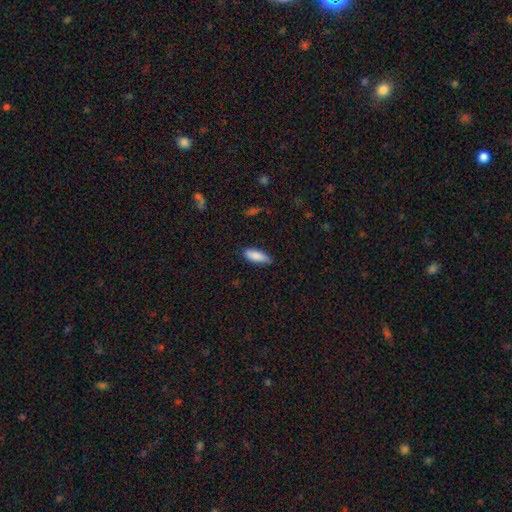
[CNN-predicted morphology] Overall: smooth (86%). How rounded: in between (67%; cigar-shaped 31%). Merging: none (72%).